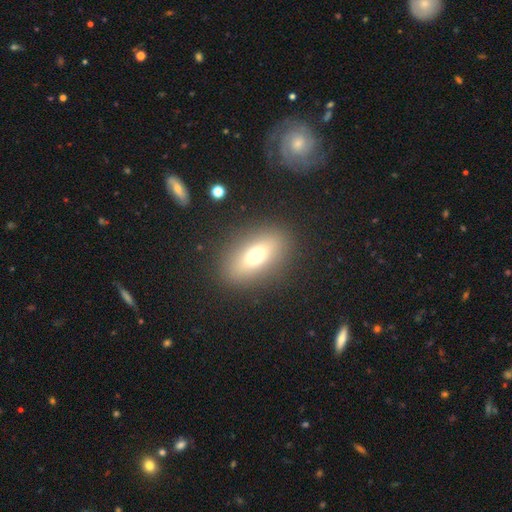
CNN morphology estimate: type=smooth (69%); roundness=in between (79%); merging=none (87%).